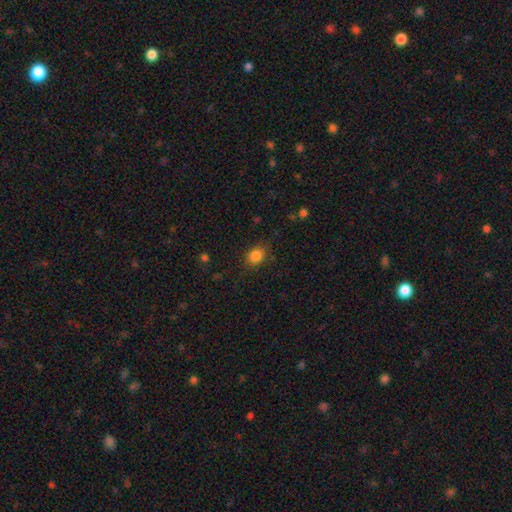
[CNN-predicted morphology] smooth-or-featured: smooth: 85% | star or artifact: 11% | featured or disk: 5%
  how-rounded: round: 53% | in between: 46% | cigar-shaped: 1%
  merging: none: 80% | minor disturbance: 15% | major disturbance: 4% | merger: 1%